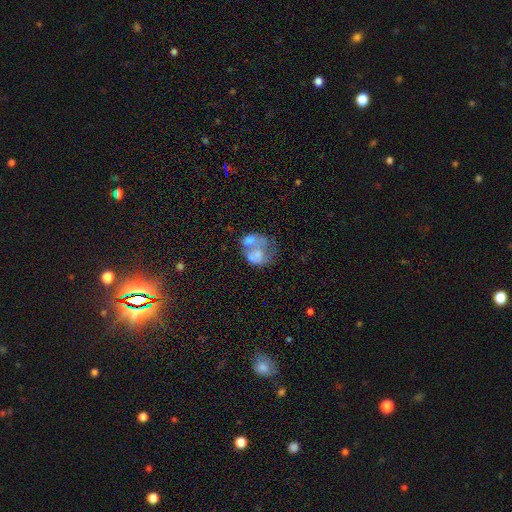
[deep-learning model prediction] A featured or disk galaxy (49%). Merging: merger (53%).